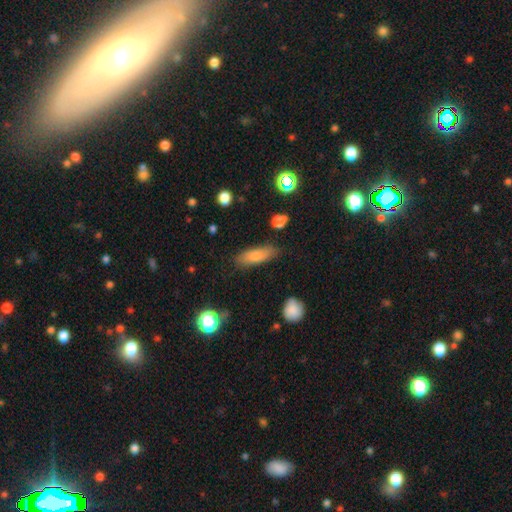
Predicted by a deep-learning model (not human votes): smooth 75%, featured or disk 16%, star or artifact 9%. Down the decision tree: how rounded — in between (49%); merging — none (83%).